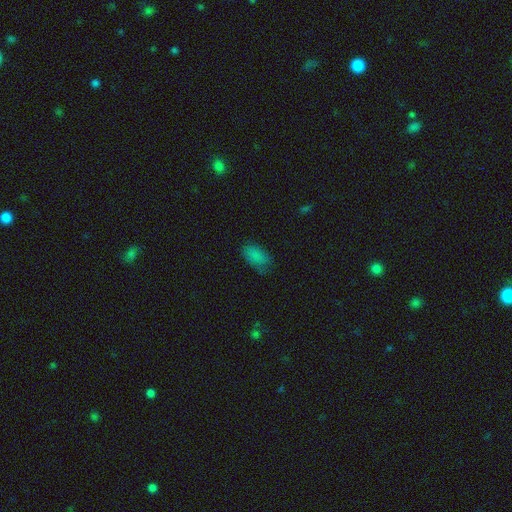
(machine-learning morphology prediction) smooth 82%, star or artifact 11%, featured or disk 6%. Down the decision tree: how rounded — in between (93%); merging — none (65%).